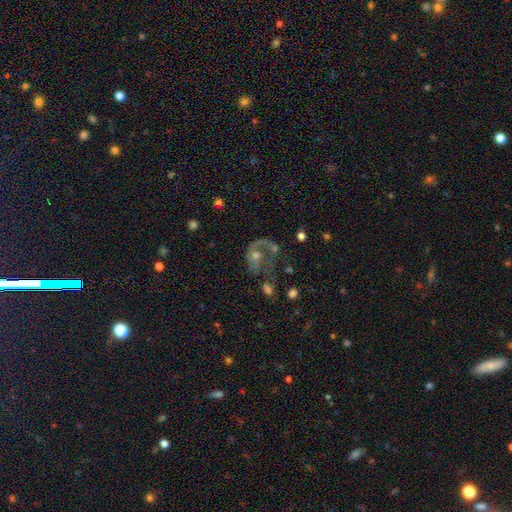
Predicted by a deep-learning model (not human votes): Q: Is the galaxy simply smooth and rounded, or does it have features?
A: featured or disk — 73%.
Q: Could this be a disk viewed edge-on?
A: no — 97%.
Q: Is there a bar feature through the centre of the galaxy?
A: no — 72%.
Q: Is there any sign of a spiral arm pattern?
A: yes — 83%.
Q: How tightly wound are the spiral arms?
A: medium — 40%, tied with loose.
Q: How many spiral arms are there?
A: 1 — 70%.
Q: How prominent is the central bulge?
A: moderate — 51%.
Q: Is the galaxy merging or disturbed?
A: major disturbance — 39%.